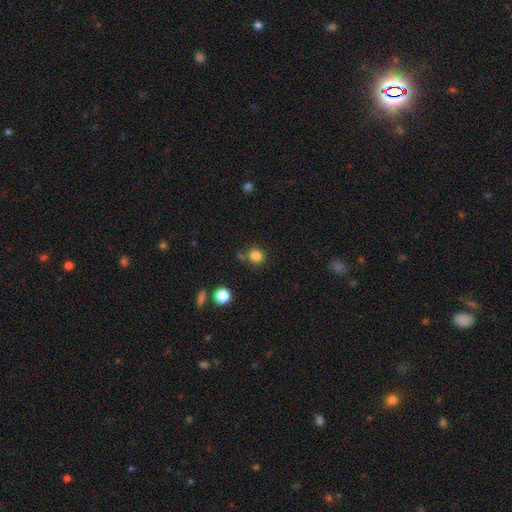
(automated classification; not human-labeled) A smooth galaxy with no disk features (83%) that is round (86%). Merging: none (76%).